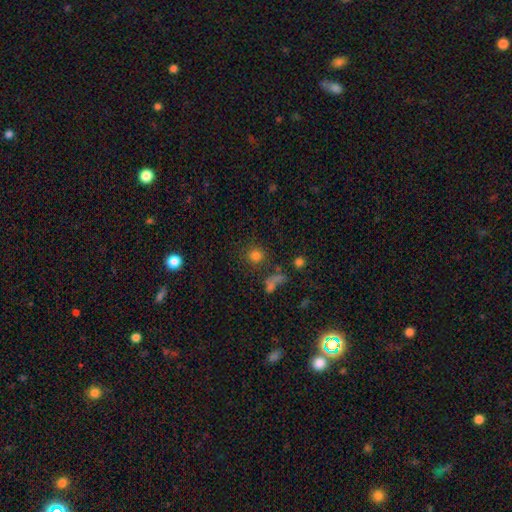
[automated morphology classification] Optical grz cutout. It shows a smooth galaxy with no disk features (76%) that is round (85%). Merging: none (73%).